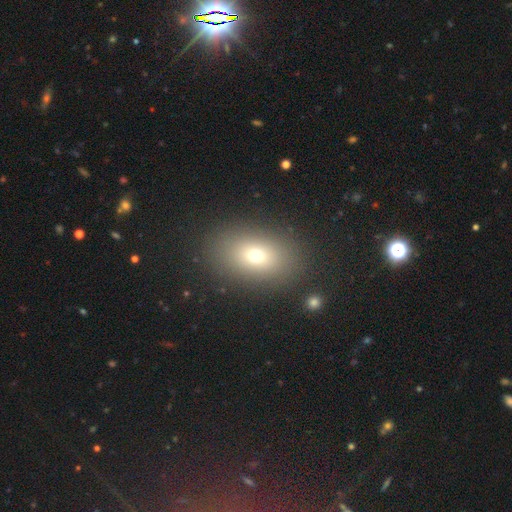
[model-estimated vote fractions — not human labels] Morphology: type=smooth (70%); roundness=in between (74%); merging=none (86%).